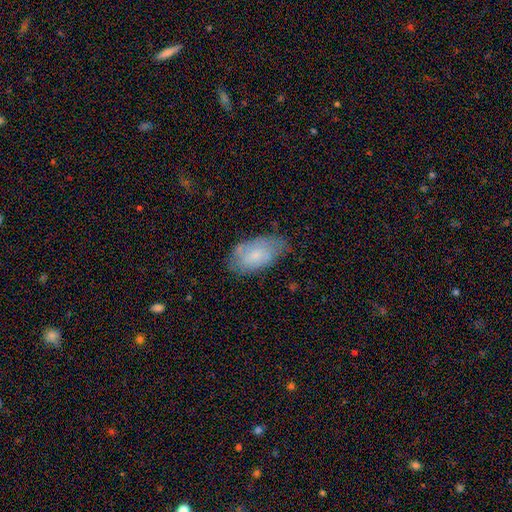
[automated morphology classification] Smooth or featured? smooth (65%)
How rounded? in between (93%)
Merging? none (60%)